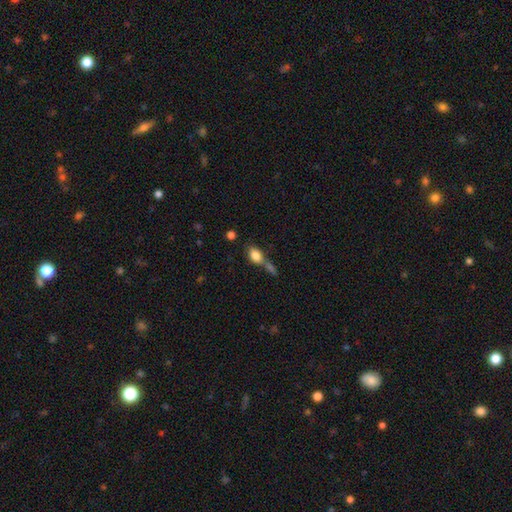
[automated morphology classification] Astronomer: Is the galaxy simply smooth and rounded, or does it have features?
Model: smooth — 80%.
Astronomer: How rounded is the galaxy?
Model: in between — 80%.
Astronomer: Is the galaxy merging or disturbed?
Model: merger — 43% (runner-up: none, 36%).